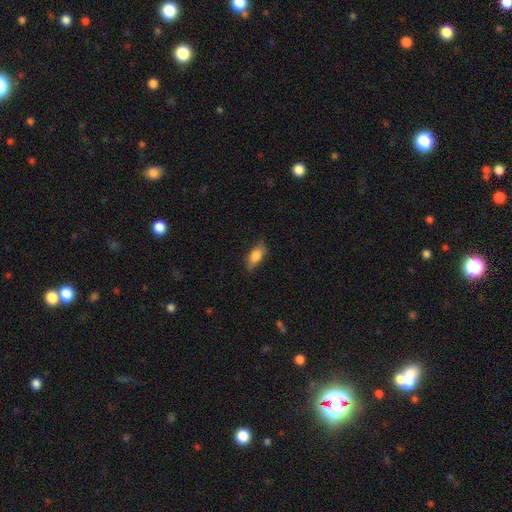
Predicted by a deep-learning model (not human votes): Q: Smooth or featured?
A: smooth (78%); runner-up: featured or disk (15%)
Q: How rounded?
A: in between (81%); runner-up: cigar-shaped (15%)
Q: Merging?
A: none (79%); runner-up: minor disturbance (17%)